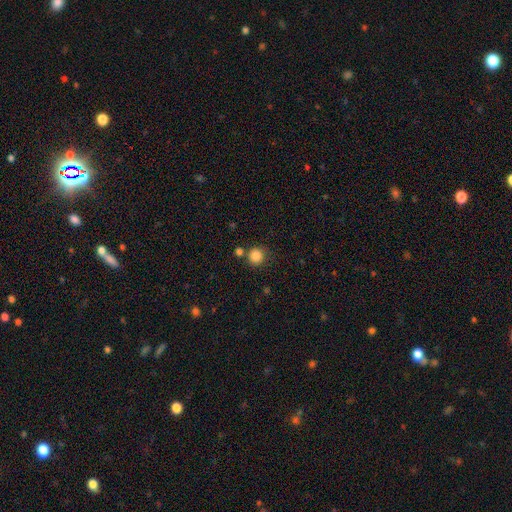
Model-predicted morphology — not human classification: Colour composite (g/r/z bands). It shows a smooth galaxy with no disk features (85%) that is round (92%). Merging: none (73%).